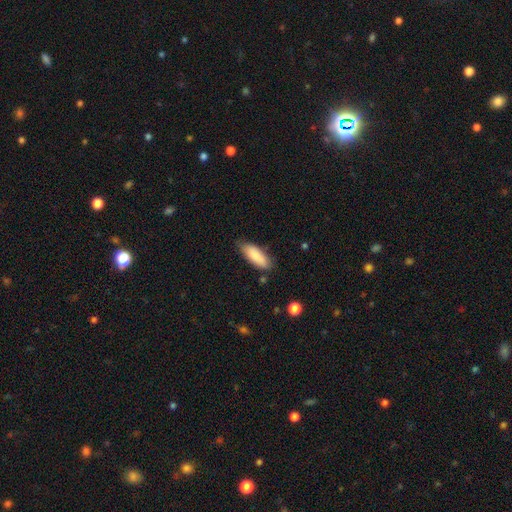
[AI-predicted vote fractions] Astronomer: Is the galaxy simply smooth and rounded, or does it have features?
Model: smooth — 87%.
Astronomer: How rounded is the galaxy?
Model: in between — 68%.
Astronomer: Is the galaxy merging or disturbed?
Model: none — 75%.